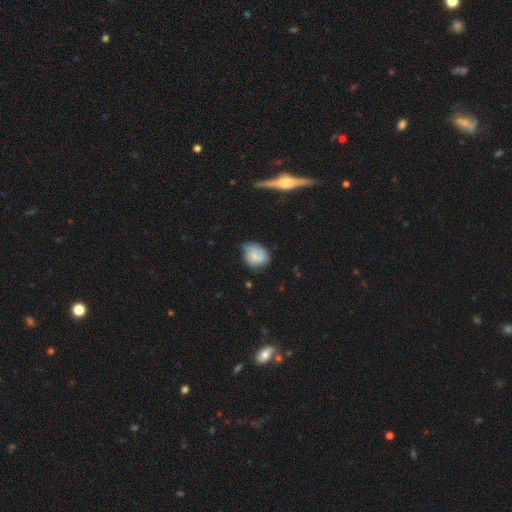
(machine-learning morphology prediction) A smooth galaxy with no disk features (56%) that is in between round and cigar-shaped (51%). Merging: none (56%).